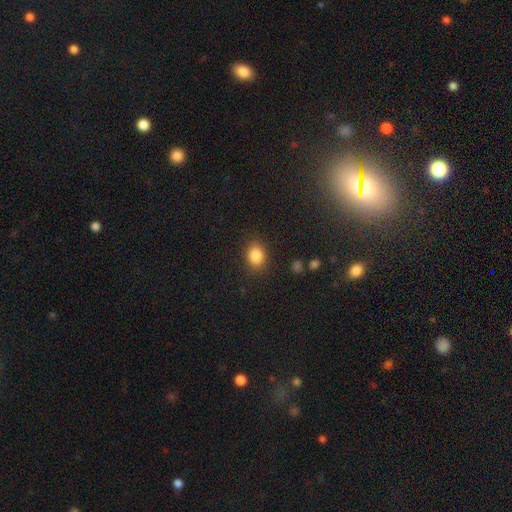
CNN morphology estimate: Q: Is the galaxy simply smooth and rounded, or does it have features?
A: smooth — 85%.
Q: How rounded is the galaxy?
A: in between — 55%.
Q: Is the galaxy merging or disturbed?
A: none — 85%.